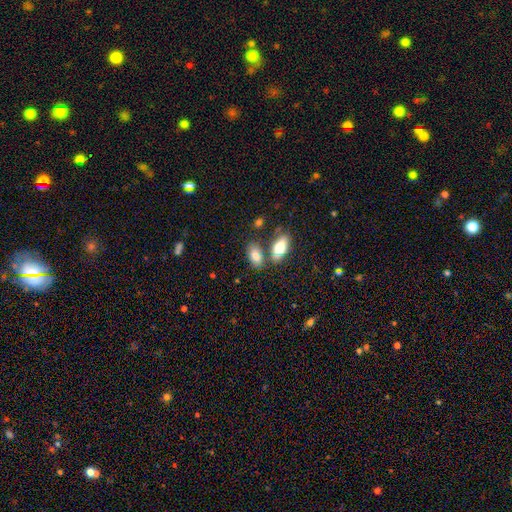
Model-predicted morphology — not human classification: Smooth or featured? smooth (81%)
How rounded? in between (91%)
Merging? none (59%)